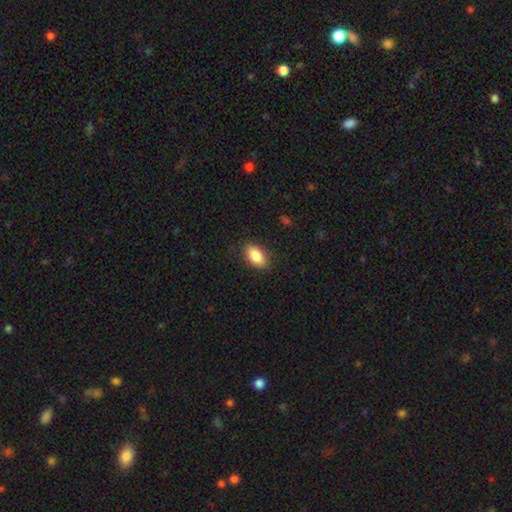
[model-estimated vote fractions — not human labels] smooth 86%, star or artifact 7%, featured or disk 7%. Down the decision tree: how rounded — in between (91%); merging — none (86%).